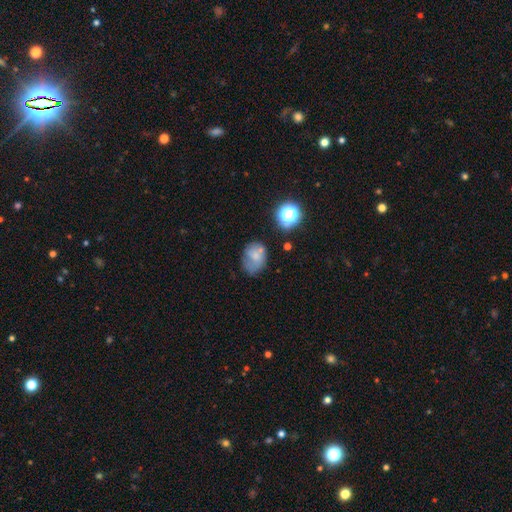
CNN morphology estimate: This appears to be a smooth galaxy with no disk features (64%) that is in between round and cigar-shaped (55%). Merging: none (45%).